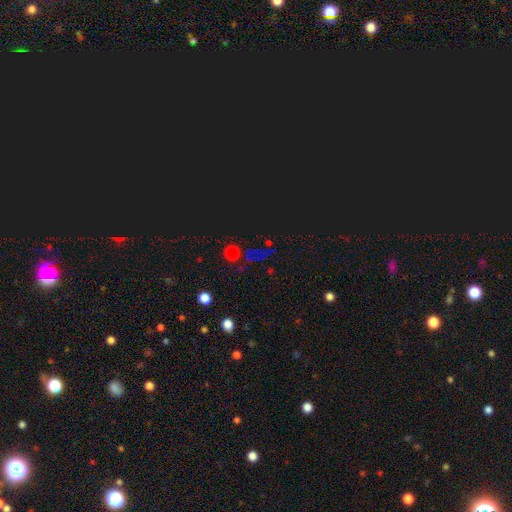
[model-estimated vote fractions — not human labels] Smooth or featured? star or artifact (56%)